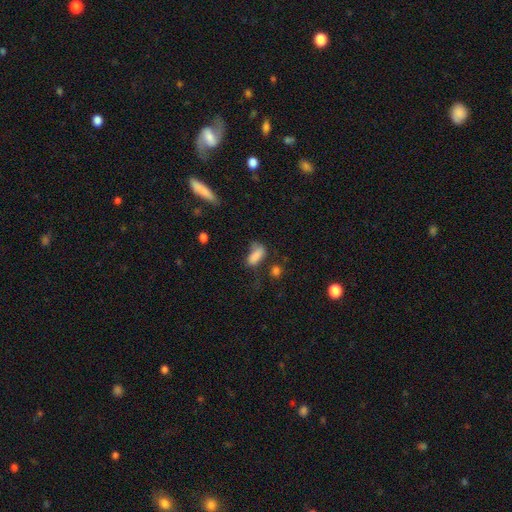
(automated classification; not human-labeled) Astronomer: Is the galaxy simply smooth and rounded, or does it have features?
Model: smooth — 81%.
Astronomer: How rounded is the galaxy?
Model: in between — 85%.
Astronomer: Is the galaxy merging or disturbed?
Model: none — 37% (runner-up: minor disturbance, 30%).